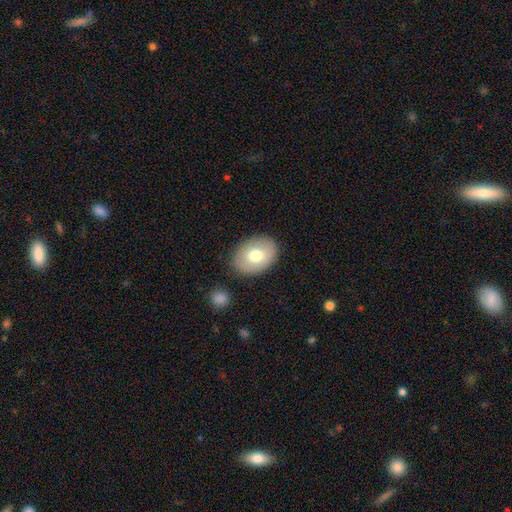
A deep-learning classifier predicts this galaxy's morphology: Smooth or featured: smooth — 71% (featured or disk — 22%)
How rounded: in between — 75% (round — 24%)
Merging: none — 84% (minor disturbance — 11%)